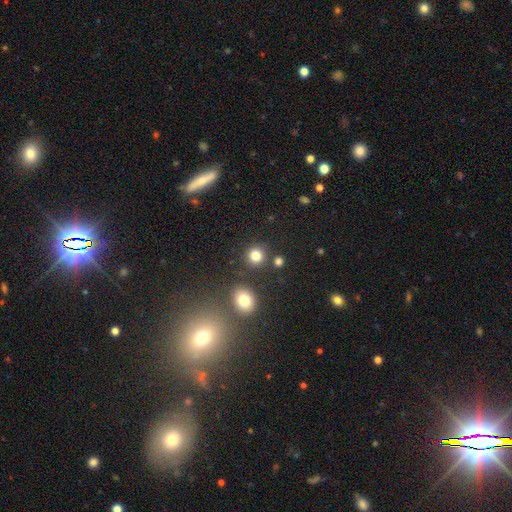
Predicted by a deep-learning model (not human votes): A smooth galaxy with no disk features (81%) that is round (89%).

Vote fractions:
- Smooth or featured? smooth: 81% / star or artifact: 13% / featured or disk: 5%
- How rounded? round: 89% / in between: 10% / cigar-shaped: 1%
- Merging? none: 84% / minor disturbance: 7% / merger: 6% / major disturbance: 3%